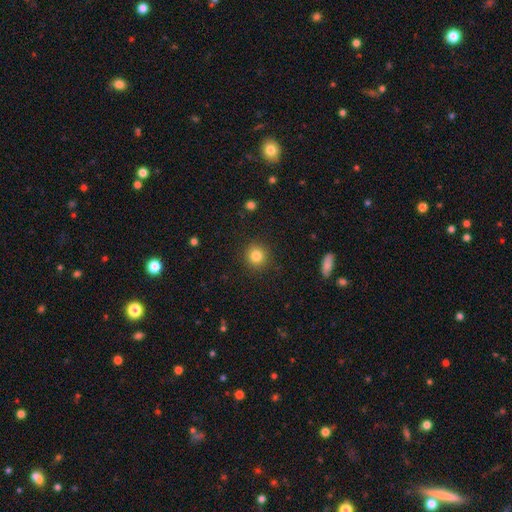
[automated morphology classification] Smooth or featured?
  - smooth: 83% *
  - star or artifact: 11%
  - featured or disk: 6%
How rounded?
  - round: 93% *
  - in between: 6%
  - cigar-shaped: 1%
Merging?
  - none: 91% *
  - minor disturbance: 6%
  - major disturbance: 2%
  - merger: 1%